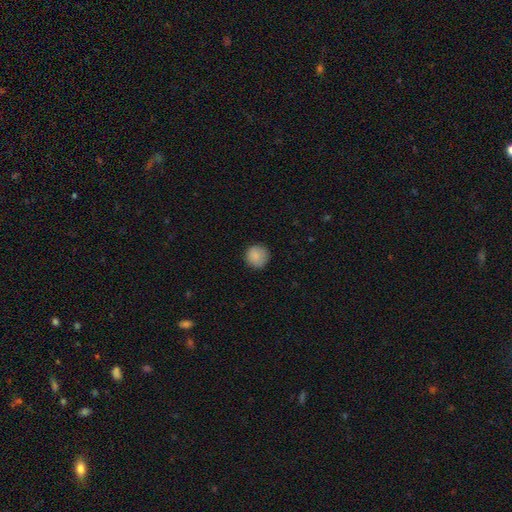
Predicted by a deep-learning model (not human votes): Smooth or featured: smooth — 88% (star or artifact — 8%)
How rounded: round — 94% (in between — 5%)
Merging: none — 88% (minor disturbance — 9%)